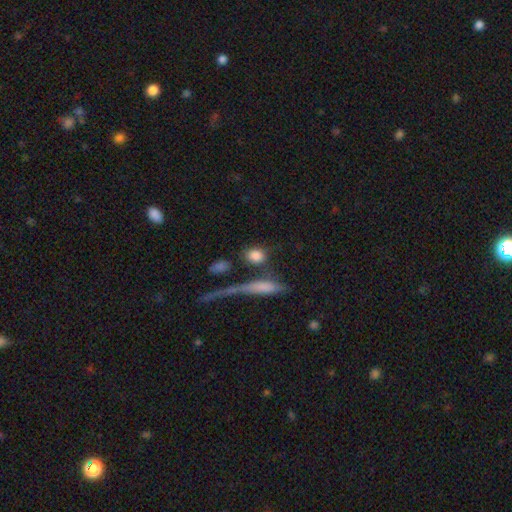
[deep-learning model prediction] Smooth or featured: smooth — 83% (featured or disk — 9%)
How rounded: round — 53% (in between — 37%)
Merging: none — 70% (minor disturbance — 13%)